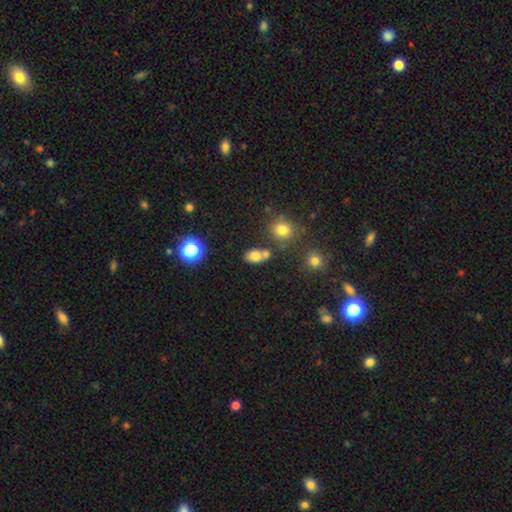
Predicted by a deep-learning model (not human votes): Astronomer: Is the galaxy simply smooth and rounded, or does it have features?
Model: smooth — 76%.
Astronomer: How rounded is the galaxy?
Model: in between — 78%.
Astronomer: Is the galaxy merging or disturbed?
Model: none — 56%.